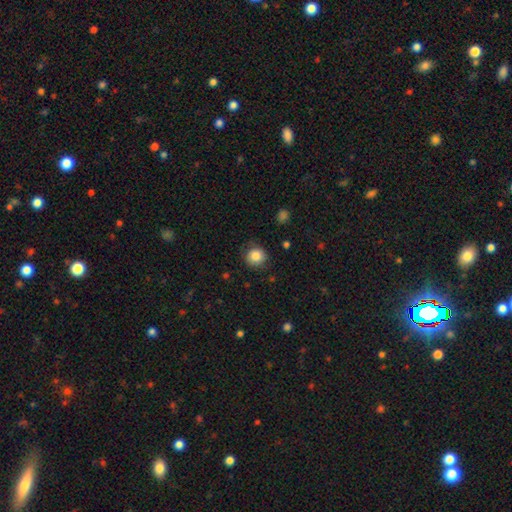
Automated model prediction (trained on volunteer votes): smooth 84%, star or artifact 10%, featured or disk 6%. Down the decision tree: how rounded — round (90%); merging — none (81%).